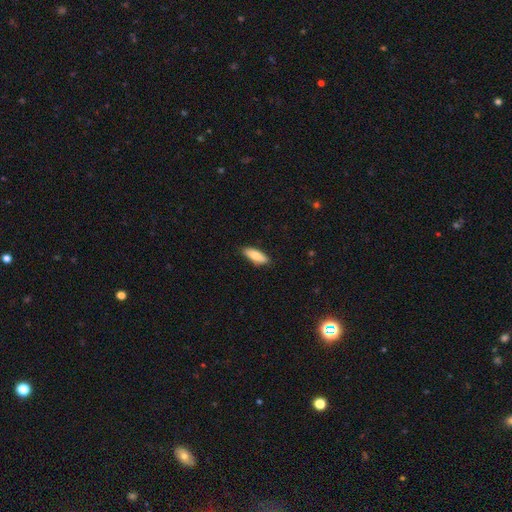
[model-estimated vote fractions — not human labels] This appears to be a smooth galaxy with no disk features (81%) that is in between round and cigar-shaped (64%). Merging: none (85%).